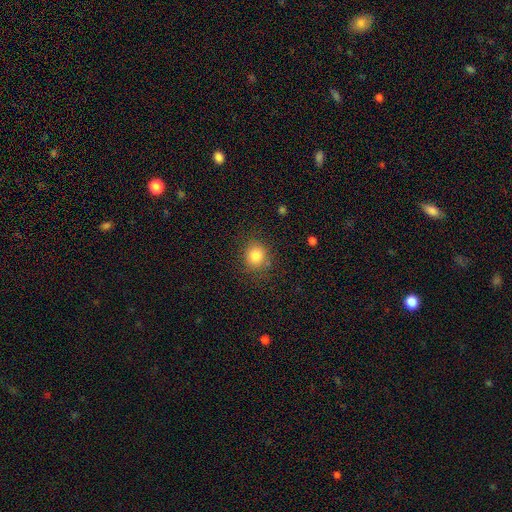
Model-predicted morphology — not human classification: type=smooth (82%); roundness=round (80%); merging=none (82%).